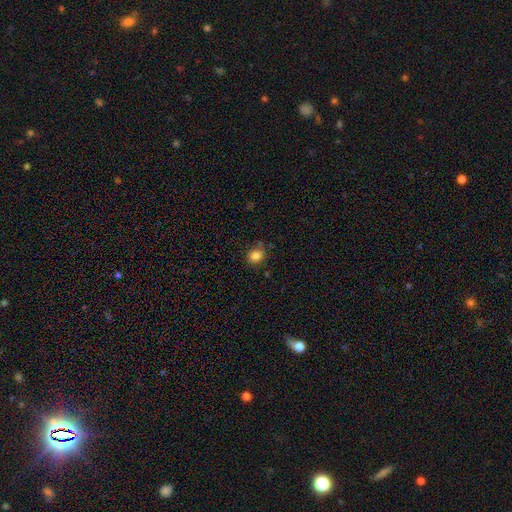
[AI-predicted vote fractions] Morphology: type=smooth (84%); roundness=round (72%); merging=none (77%).